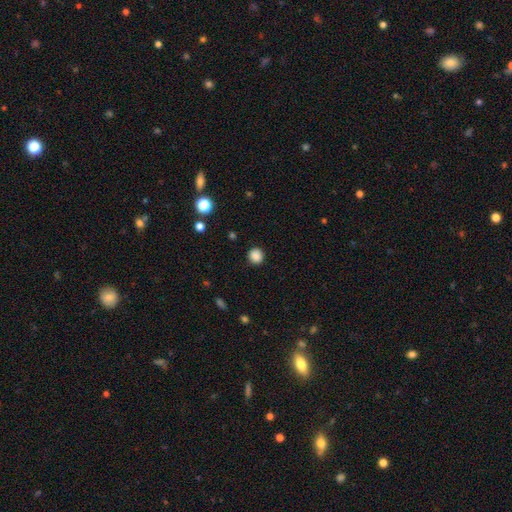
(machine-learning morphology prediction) Smooth or featured?
  - smooth: 87% *
  - star or artifact: 10%
  - featured or disk: 3%
How rounded?
  - round: 90% *
  - in between: 9%
  - cigar-shaped: 1%
Merging?
  - none: 90% *
  - minor disturbance: 7%
  - major disturbance: 2%
  - merger: 1%